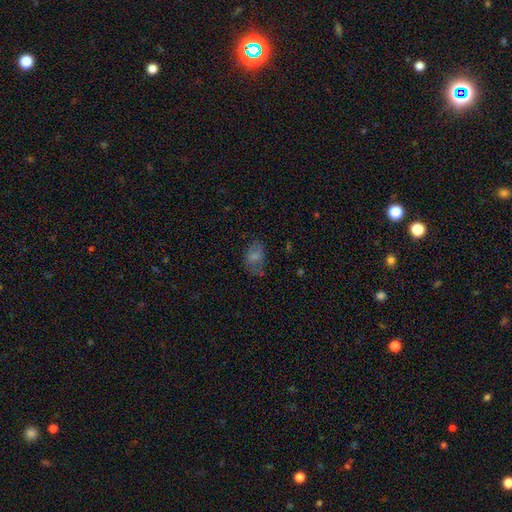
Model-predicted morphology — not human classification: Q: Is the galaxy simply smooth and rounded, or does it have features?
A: smooth — 48%.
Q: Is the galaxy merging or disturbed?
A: none — 61%.